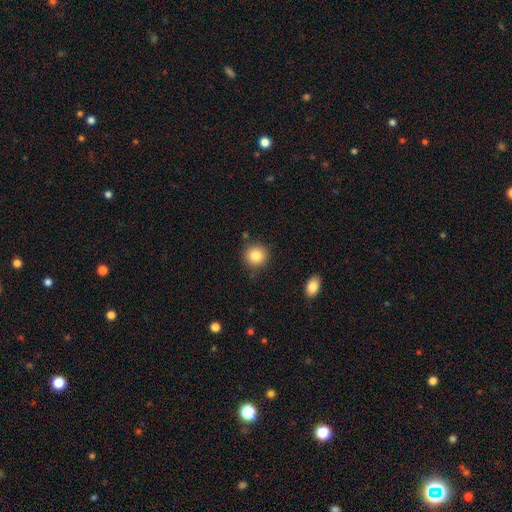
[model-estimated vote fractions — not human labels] Smooth or featured: smooth — 84% (star or artifact — 10%)
How rounded: round — 92% (in between — 8%)
Merging: none — 86% (minor disturbance — 9%)